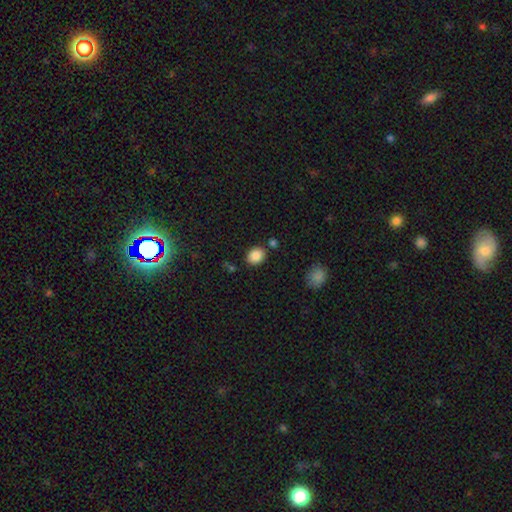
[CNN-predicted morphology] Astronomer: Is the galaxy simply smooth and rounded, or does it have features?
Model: smooth — 87%.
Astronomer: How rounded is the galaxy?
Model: round — 57% (runner-up: in between, 42%).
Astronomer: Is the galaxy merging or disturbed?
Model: none — 81%.